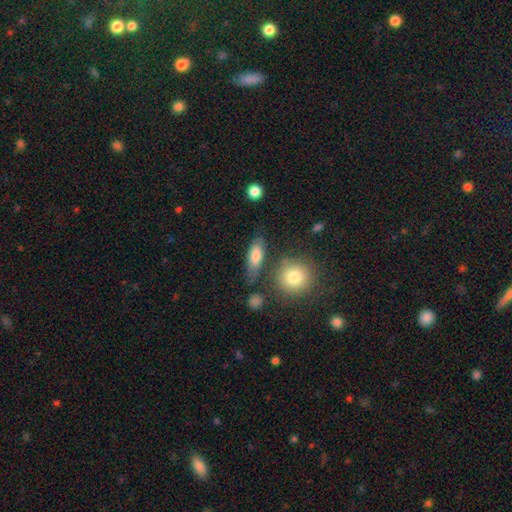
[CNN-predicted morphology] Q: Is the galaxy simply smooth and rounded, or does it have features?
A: smooth — 77%.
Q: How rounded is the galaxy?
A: in between — 74%.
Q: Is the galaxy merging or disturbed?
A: none — 64%.